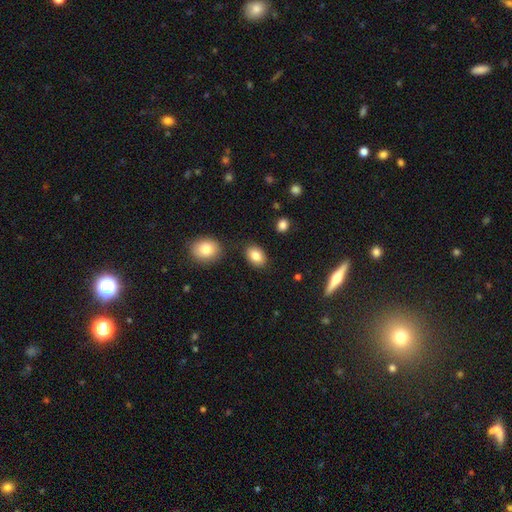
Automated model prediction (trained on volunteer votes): A smooth galaxy with no disk features (85%) that is in between round and cigar-shaped (82%).

Vote fractions:
- Smooth or featured? smooth: 85% / star or artifact: 8% / featured or disk: 7%
- How rounded? in between: 82% / round: 17% / cigar-shaped: 1%
- Merging? none: 84% / minor disturbance: 9% / merger: 4% / major disturbance: 2%